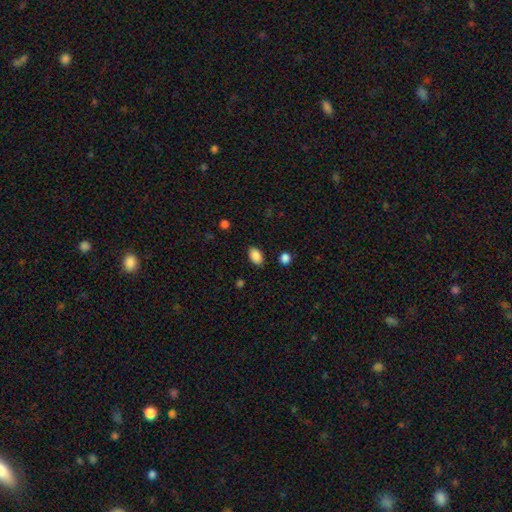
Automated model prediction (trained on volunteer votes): This appears to be a smooth galaxy with no disk features (88%) that is in between round and cigar-shaped (88%). Merging: none (86%).